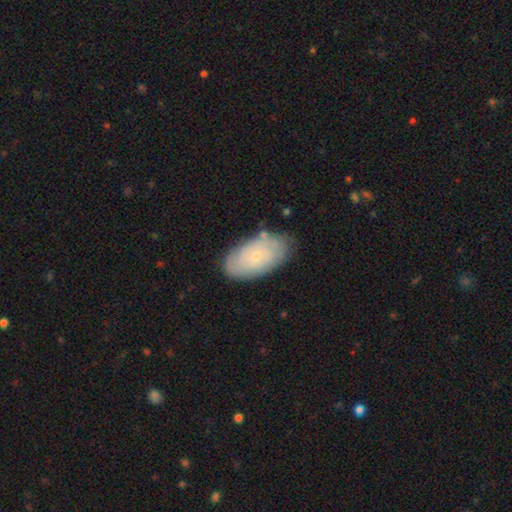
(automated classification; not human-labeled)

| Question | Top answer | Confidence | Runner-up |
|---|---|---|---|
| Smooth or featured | featured or disk | 47% | smooth (45%) |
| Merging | none | 78% | minor disturbance (17%) |